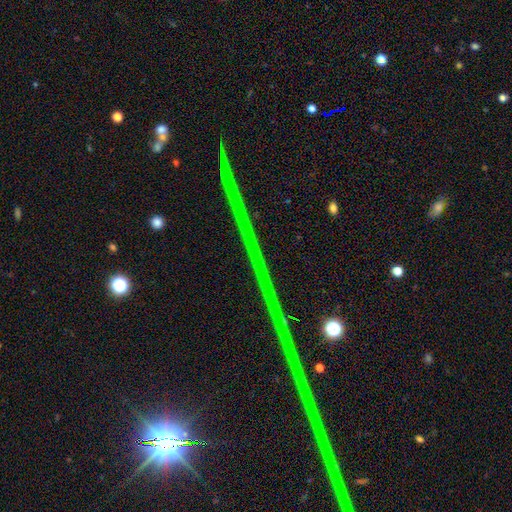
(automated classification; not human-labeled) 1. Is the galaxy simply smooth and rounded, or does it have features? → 84% star or artifact, 10% featured or disk, 6% smooth.